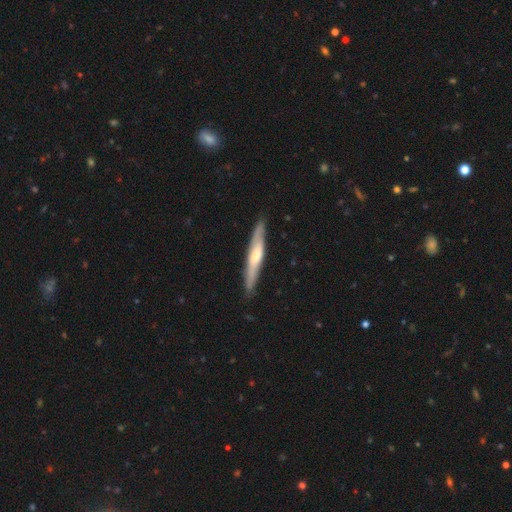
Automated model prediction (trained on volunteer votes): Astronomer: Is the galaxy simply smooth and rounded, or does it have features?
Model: featured or disk — 55% (runner-up: smooth, 39%).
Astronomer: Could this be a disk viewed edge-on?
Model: yes — 83%.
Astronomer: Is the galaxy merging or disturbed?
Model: none — 86%.